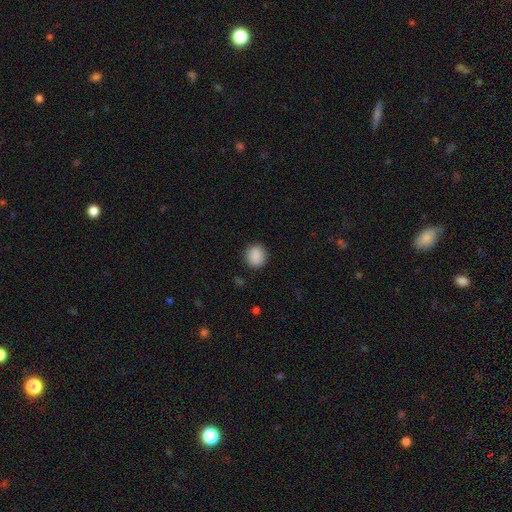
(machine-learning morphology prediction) A smooth galaxy with no disk features (89%) that is round (83%). Merging: none (89%).